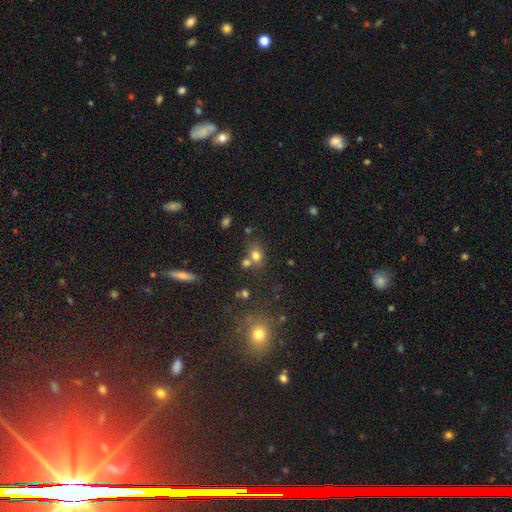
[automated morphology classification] Smooth or featured: smooth — 73% (star or artifact — 17%)
How rounded: round — 53% (in between — 45%)
Merging: none — 52% (merger — 31%)